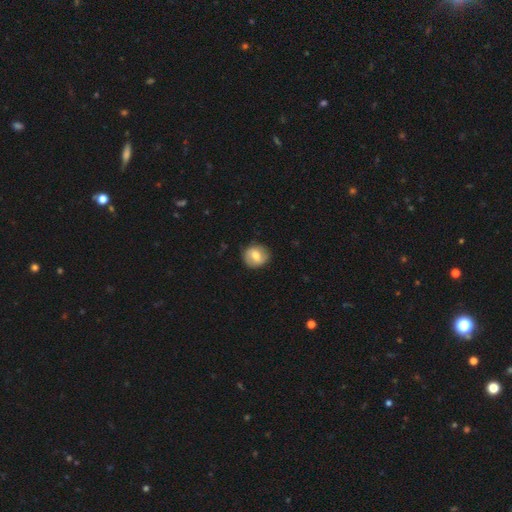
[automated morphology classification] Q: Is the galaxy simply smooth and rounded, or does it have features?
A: smooth — 59%.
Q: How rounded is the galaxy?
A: round — 79%.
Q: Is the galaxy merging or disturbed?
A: none — 85%.